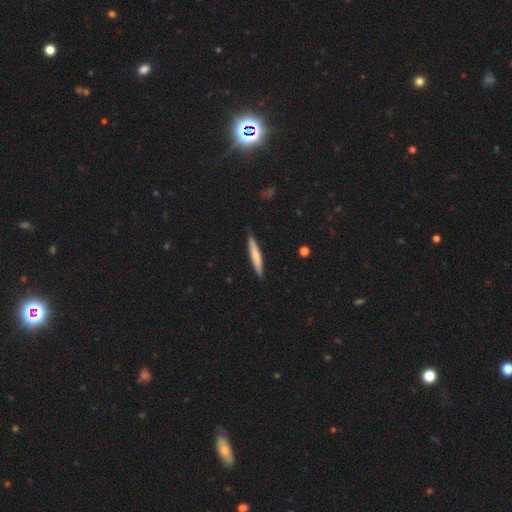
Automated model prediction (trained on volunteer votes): smooth-or-featured: smooth: 64% | featured or disk: 31% | star or artifact: 5%
  how-rounded: cigar-shaped: 93% | in between: 6% | round: 1%
  merging: none: 87% | minor disturbance: 10% | major disturbance: 2% | merger: 1%